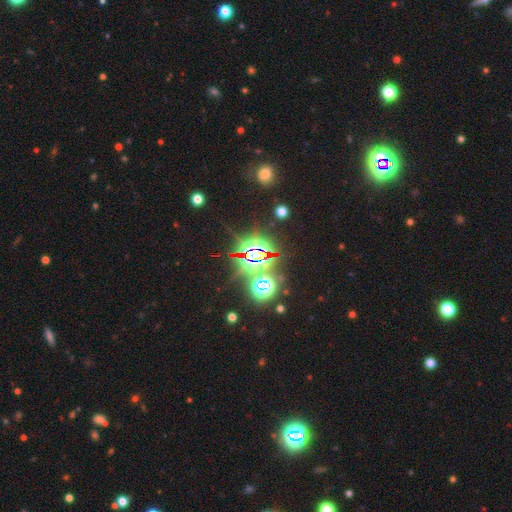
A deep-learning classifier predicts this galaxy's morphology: This appears to be a star or artifact, not a galaxy (83%).